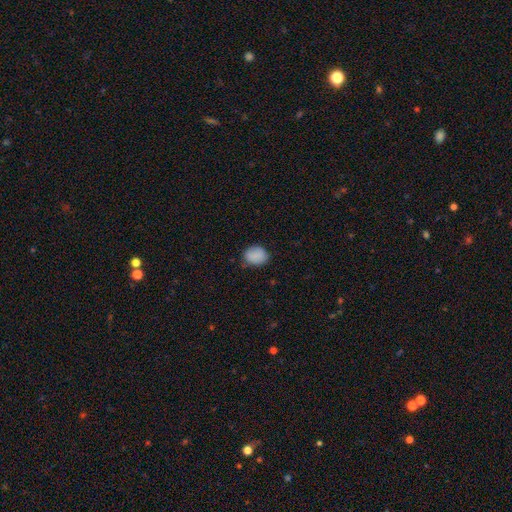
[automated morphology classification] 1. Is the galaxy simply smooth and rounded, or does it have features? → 87% smooth, 8% star or artifact, 5% featured or disk.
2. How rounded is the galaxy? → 52% in between, 47% round, 1% cigar-shaped.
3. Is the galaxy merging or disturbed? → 80% none, 16% minor disturbance, 3% major disturbance, 1% merger.